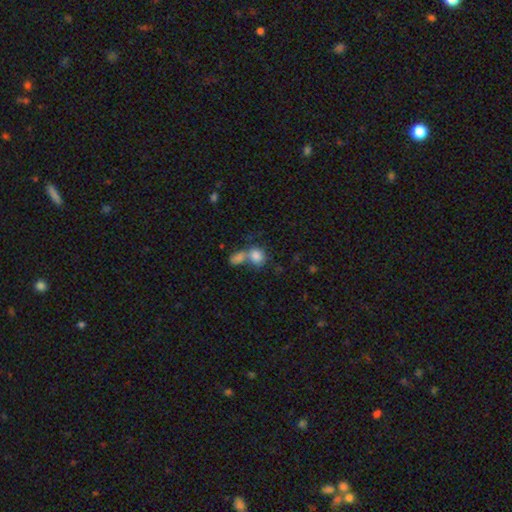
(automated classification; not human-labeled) Q: Smooth or featured?
A: smooth (82%); runner-up: star or artifact (9%)
Q: How rounded?
A: round (60%); runner-up: in between (38%)
Q: Merging?
A: merger (55%); runner-up: none (31%)